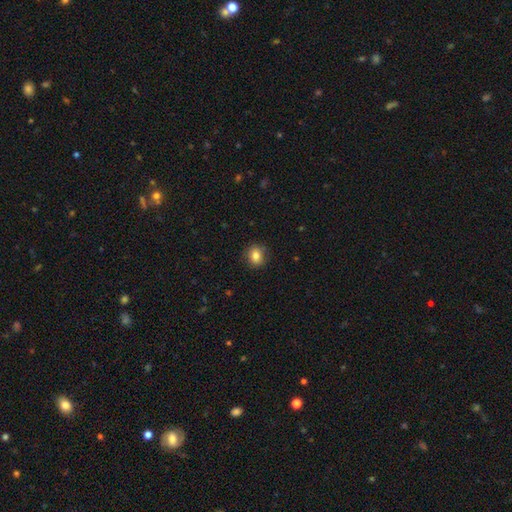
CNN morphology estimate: A smooth galaxy with no disk features (82%) that is round (69%).

Vote fractions:
- Smooth or featured? smooth: 82% / star or artifact: 10% / featured or disk: 8%
- How rounded? round: 69% / in between: 30% / cigar-shaped: 1%
- Merging? none: 87% / minor disturbance: 9% / major disturbance: 2% / merger: 1%